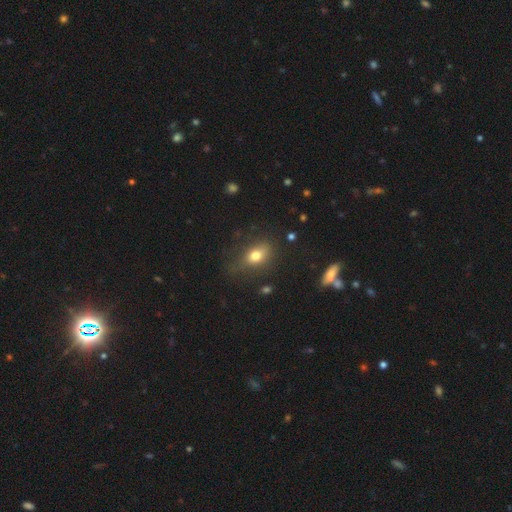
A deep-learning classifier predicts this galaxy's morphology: Smooth or featured? Predicted: smooth (p=0.74). How rounded? Predicted: in between (p=0.75). Merging? Predicted: none (p=0.64).